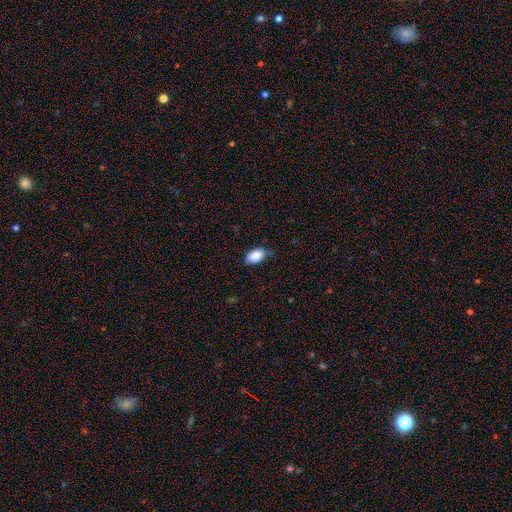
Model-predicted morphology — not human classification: smooth 86%, star or artifact 7%, featured or disk 7%. Down the decision tree: how rounded — in between (91%); merging — none (59%).